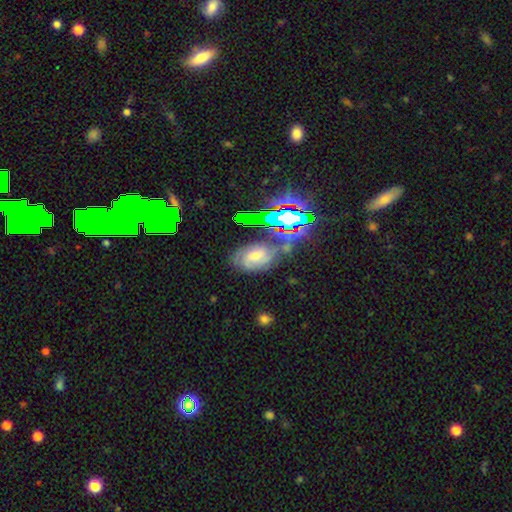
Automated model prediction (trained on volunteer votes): This is possibly a featured or disk galaxy (57%). It is clearly not viewed edge-on (95%). Bar: possibly no (49%). Spiral arm pattern: clearly yes (90%). Central bulge: possibly small (46%). Merging: likely none (66%).